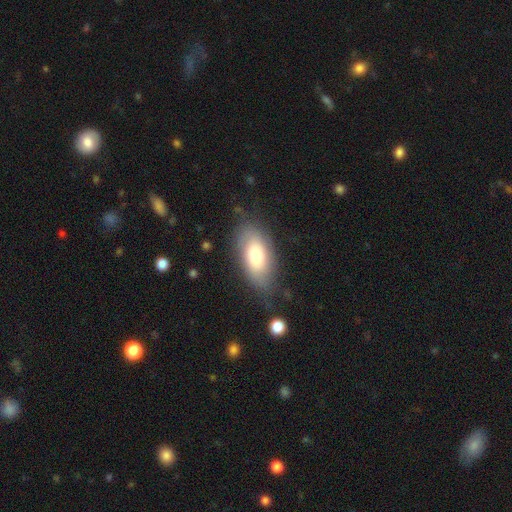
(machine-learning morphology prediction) Smooth or featured?
  - smooth: 73% *
  - featured or disk: 20%
  - star or artifact: 7%
How rounded?
  - in between: 91% *
  - cigar-shaped: 6%
  - round: 3%
Merging?
  - none: 74% *
  - minor disturbance: 18%
  - major disturbance: 6%
  - merger: 2%